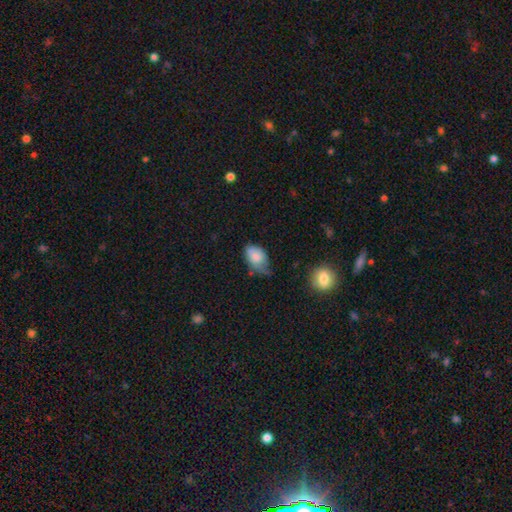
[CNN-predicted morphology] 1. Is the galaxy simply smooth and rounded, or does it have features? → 74% smooth, 18% featured or disk, 8% star or artifact.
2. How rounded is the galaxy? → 89% in between, 10% round, 2% cigar-shaped.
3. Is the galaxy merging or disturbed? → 47% minor disturbance, 30% none, 20% major disturbance, 3% merger.